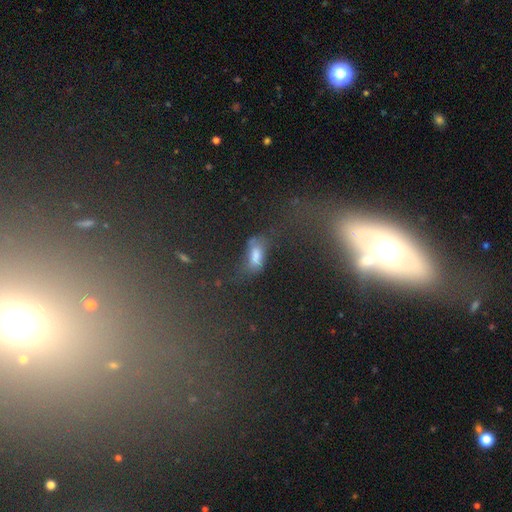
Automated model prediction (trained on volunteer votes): This appears to be a smooth galaxy with no disk features (59%) that is in between round and cigar-shaped (78%). Merging: none (38%).